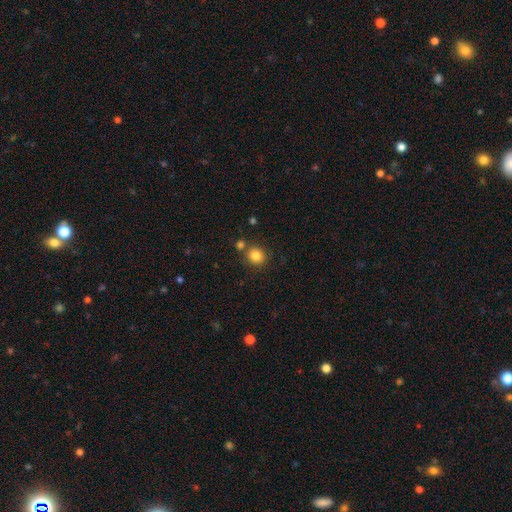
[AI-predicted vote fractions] Q: Smooth or featured?
A: smooth (84%); runner-up: star or artifact (11%)
Q: How rounded?
A: round (82%); runner-up: in between (17%)
Q: Merging?
A: none (75%); runner-up: merger (13%)